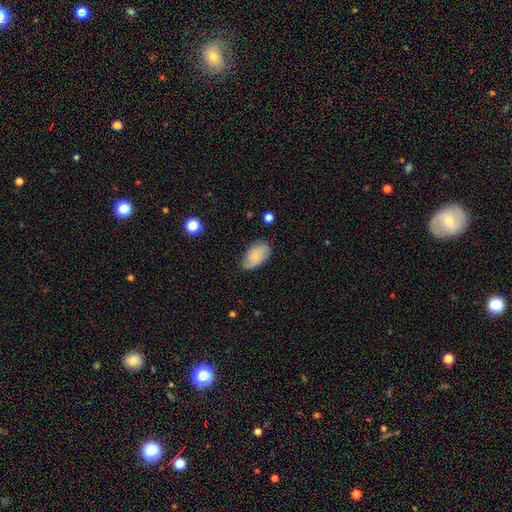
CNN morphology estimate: type=smooth (66%); roundness=in between (93%); merging=none (73%).